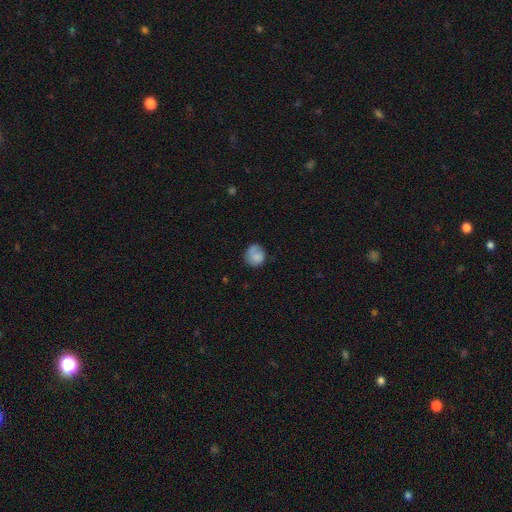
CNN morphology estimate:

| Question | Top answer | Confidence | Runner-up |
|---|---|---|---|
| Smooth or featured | smooth | 78% | featured or disk (14%) |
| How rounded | round | 79% | in between (20%) |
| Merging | none | 60% | minor disturbance (25%) |